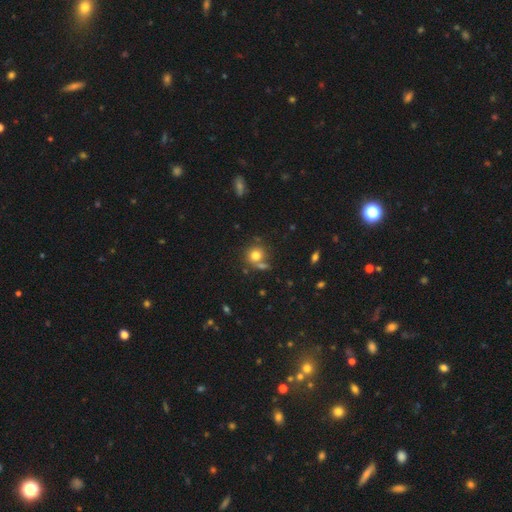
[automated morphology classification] This appears to be a smooth galaxy with no disk features (78%) that is round (85%). Merging: none (62%).